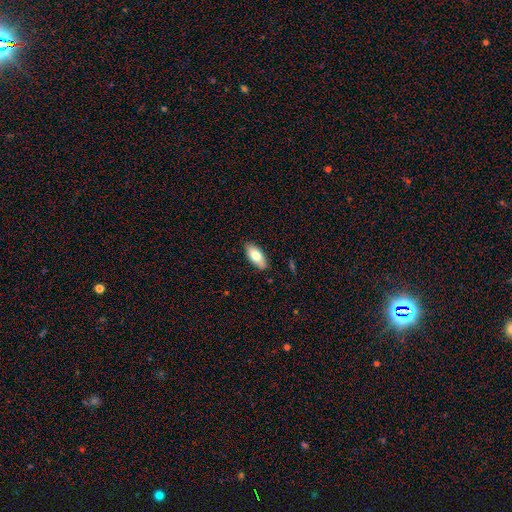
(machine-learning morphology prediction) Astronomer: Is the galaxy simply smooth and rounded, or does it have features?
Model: smooth — 75%.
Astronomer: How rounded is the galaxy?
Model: in between — 86%.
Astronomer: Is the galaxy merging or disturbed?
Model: none — 87%.